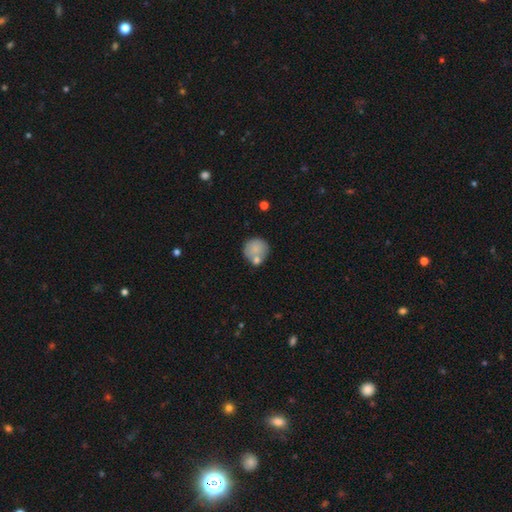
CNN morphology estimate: smooth-or-featured: smooth: 79% | featured or disk: 13% | star or artifact: 8%
  how-rounded: round: 89% | in between: 10% | cigar-shaped: 1%
  merging: none: 59% | merger: 21% | minor disturbance: 15% | major disturbance: 5%